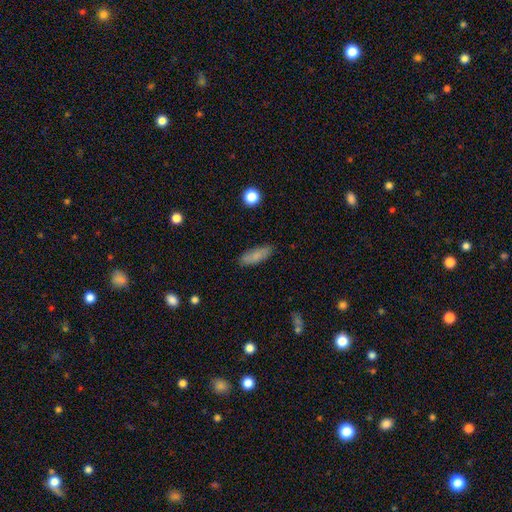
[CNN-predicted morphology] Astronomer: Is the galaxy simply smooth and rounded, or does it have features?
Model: smooth — 82%.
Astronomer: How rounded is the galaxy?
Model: in between — 63%.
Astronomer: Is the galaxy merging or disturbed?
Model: none — 85%.